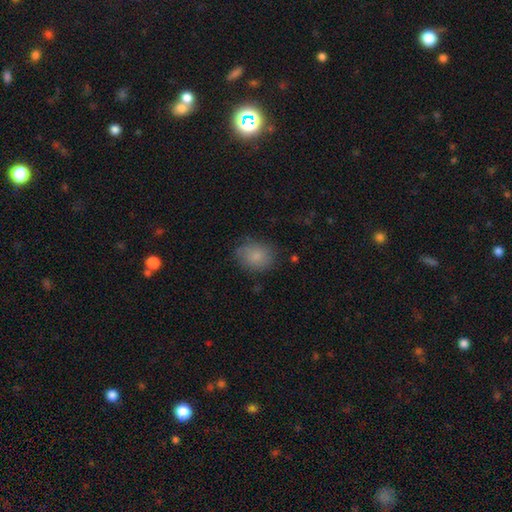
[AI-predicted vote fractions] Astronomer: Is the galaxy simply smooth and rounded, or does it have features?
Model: smooth — 81%.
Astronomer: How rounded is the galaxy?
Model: round — 52% (runner-up: in between, 47%).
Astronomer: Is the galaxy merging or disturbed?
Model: none — 72%.